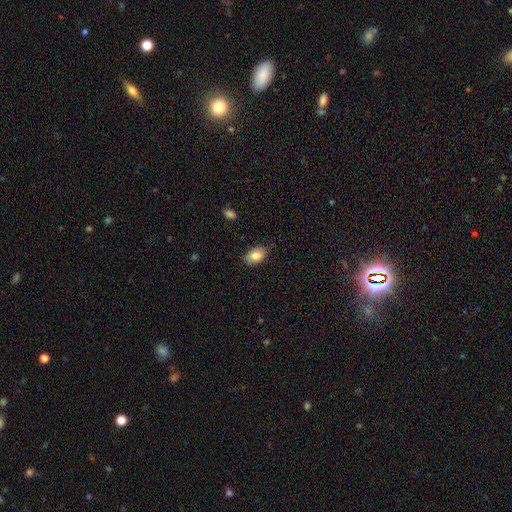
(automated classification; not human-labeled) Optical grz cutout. It shows a smooth galaxy with no disk features (83%) that is in between round and cigar-shaped (88%). Merging: none (83%).